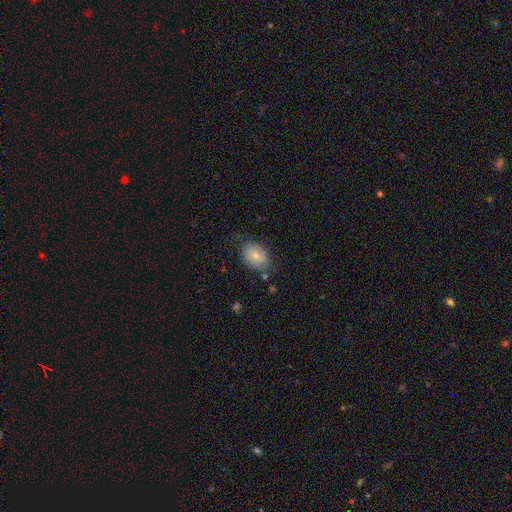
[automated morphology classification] Smooth or featured? smooth (72%)
How rounded? in between (67%)
Merging? none (73%)